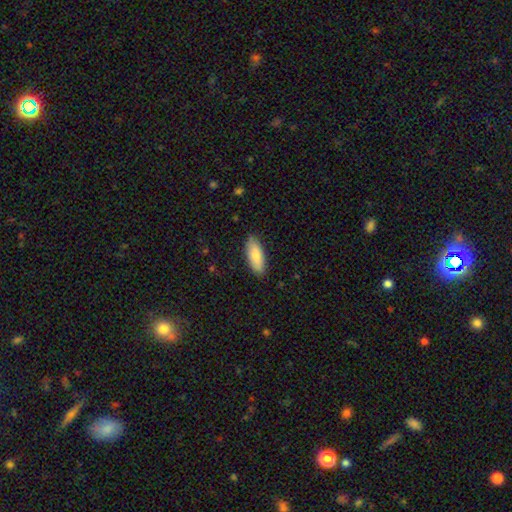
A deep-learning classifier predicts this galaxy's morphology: This appears to be a smooth galaxy with no disk features (85%) that is in between round and cigar-shaped (75%). Merging: none (86%).